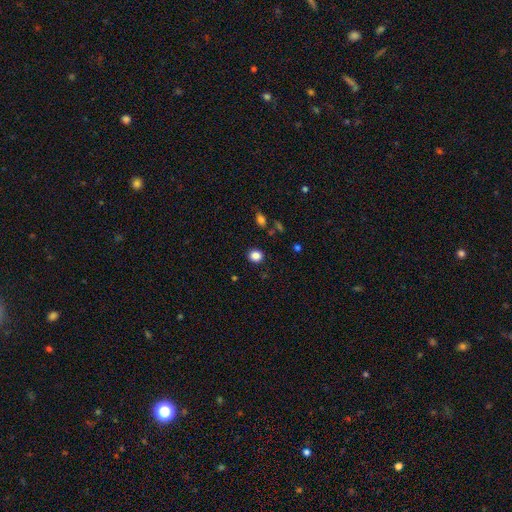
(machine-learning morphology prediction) Smooth or featured? Predicted: smooth (p=0.85). How rounded? Predicted: round (p=0.81). Merging? Predicted: none (p=0.89).